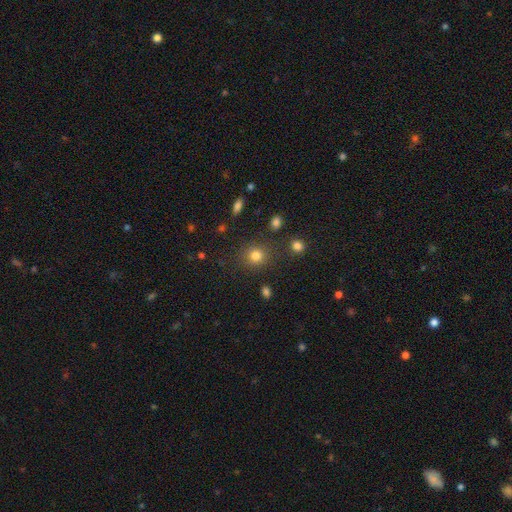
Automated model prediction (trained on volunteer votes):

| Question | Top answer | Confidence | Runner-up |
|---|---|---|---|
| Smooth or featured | smooth | 80% | star or artifact (14%) |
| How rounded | round | 87% | in between (12%) |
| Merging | none | 83% | minor disturbance (9%) |